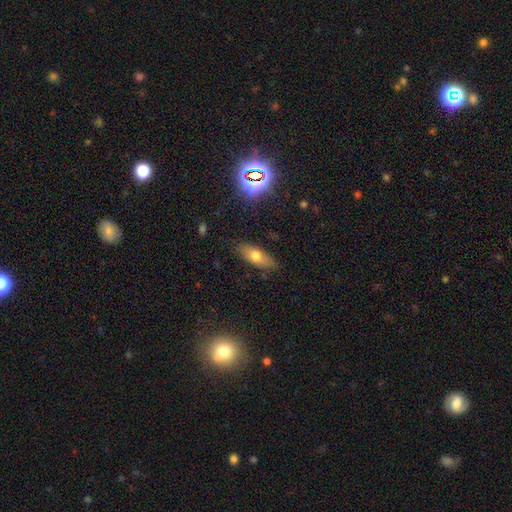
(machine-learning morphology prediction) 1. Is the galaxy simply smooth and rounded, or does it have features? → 67% smooth, 23% featured or disk, 9% star or artifact.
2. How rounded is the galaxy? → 74% in between, 23% cigar-shaped, 4% round.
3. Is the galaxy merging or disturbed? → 84% none, 12% minor disturbance, 3% major disturbance, 1% merger.